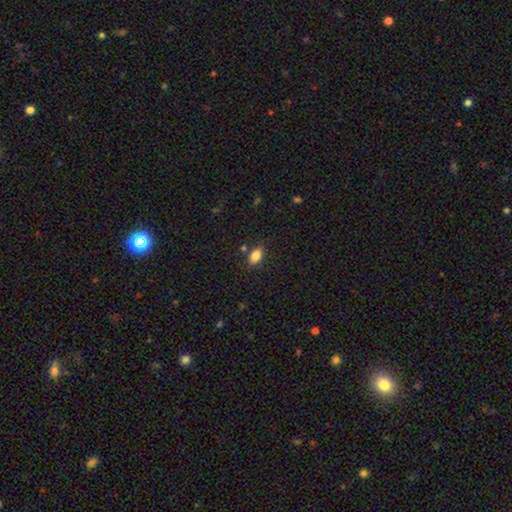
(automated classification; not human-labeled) A smooth galaxy with no disk features (85%) that is in between round and cigar-shaped (89%). Merging: none (80%).